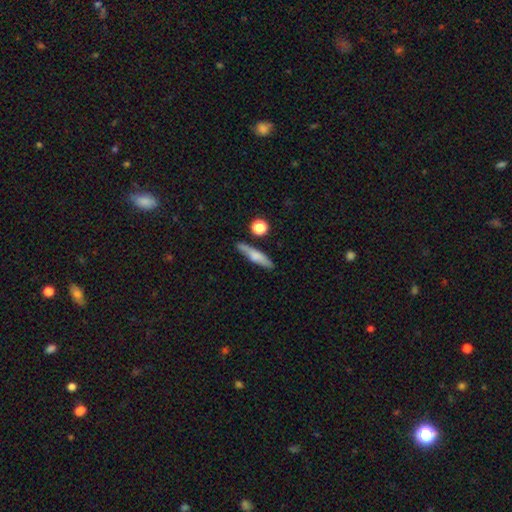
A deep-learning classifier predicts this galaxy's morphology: The model was most divided on "smooth or featured": smooth: 60%, featured or disk: 33%, star or artifact: 8%. More confident: how rounded — cigar-shaped (80%); merging — none (79%).